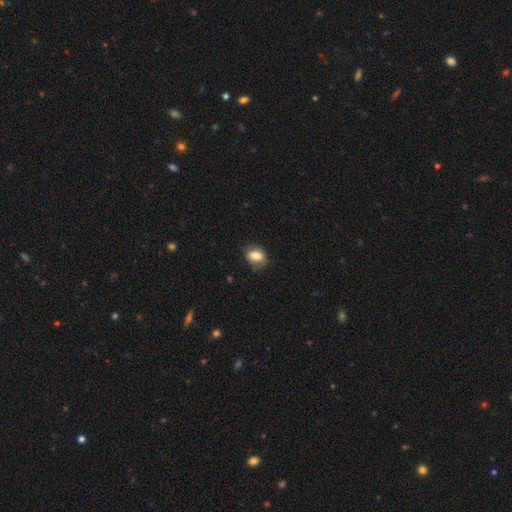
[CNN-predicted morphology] smooth_or_featured: smooth (p=0.79) [alt: featured or disk p=0.14]
how_rounded: in between (p=0.79) [alt: round p=0.19]
merging: none (p=0.73) [alt: minor disturbance p=0.20]